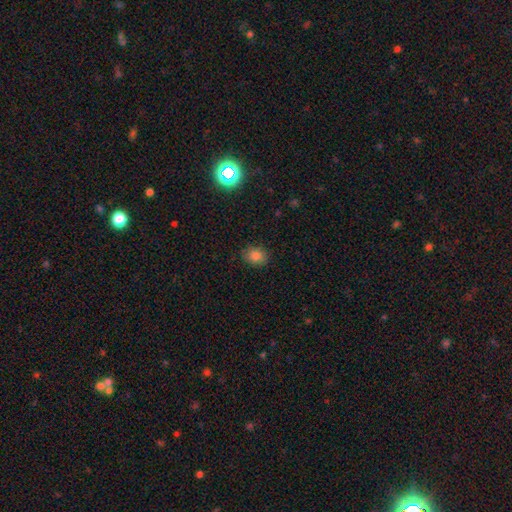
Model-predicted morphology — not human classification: A smooth galaxy with no disk features (82%) that is round (51%). Merging: none (86%).